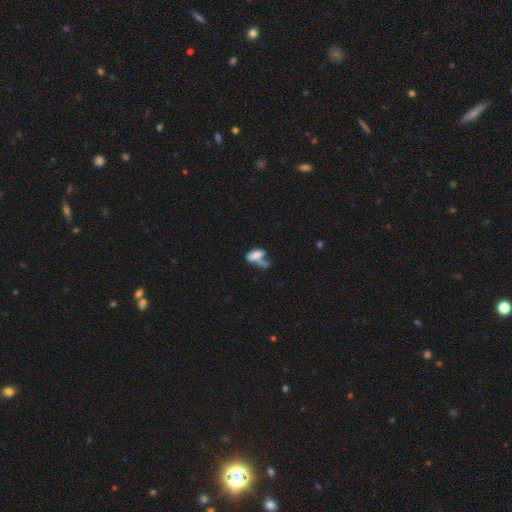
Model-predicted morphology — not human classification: Smooth or featured? Predicted: smooth (p=0.69). How rounded? Predicted: in between (p=0.76). Merging? Predicted: merger (p=0.45).